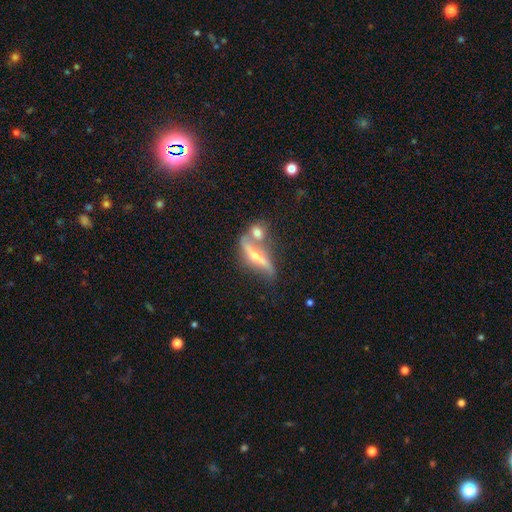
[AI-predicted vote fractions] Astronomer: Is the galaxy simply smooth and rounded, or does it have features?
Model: featured or disk — 67%.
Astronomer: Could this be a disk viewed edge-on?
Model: yes — 64%.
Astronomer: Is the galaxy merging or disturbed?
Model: none — 41% (runner-up: merger, 36%).